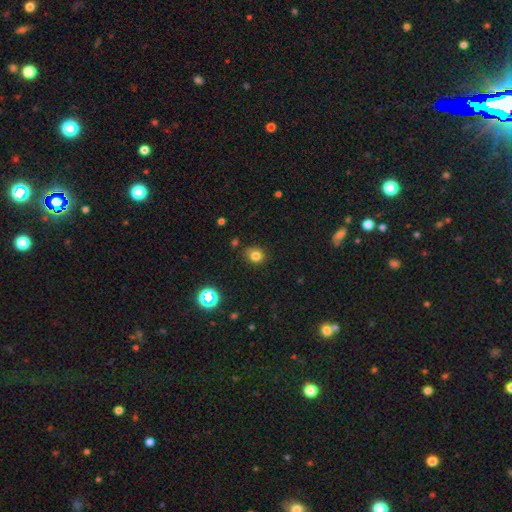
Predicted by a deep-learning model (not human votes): A smooth galaxy with no disk features (77%) that is round (65%).

Vote fractions:
- Smooth or featured? smooth: 77% / star or artifact: 16% / featured or disk: 7%
- How rounded? round: 65% / in between: 34% / cigar-shaped: 1%
- Merging? none: 76% / minor disturbance: 17% / major disturbance: 4% / merger: 3%